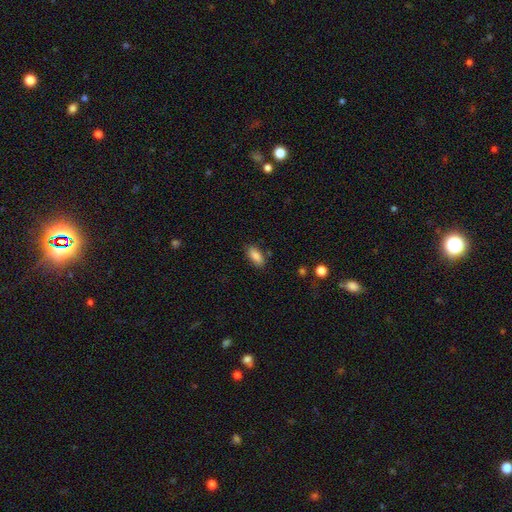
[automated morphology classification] smooth-or-featured: smooth: 86% | star or artifact: 7% | featured or disk: 7%
  how-rounded: in between: 81% | cigar-shaped: 17% | round: 2%
  merging: none: 81% | minor disturbance: 13% | major disturbance: 3% | merger: 2%